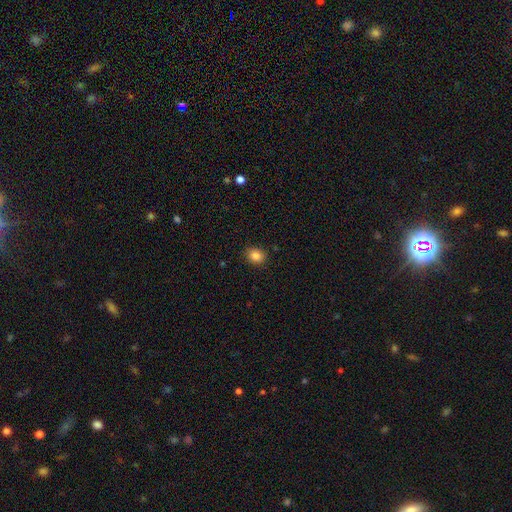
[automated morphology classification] Smooth or featured? Predicted: smooth (p=0.85). How rounded? Predicted: round (p=0.62). Merging? Predicted: none (p=0.89).